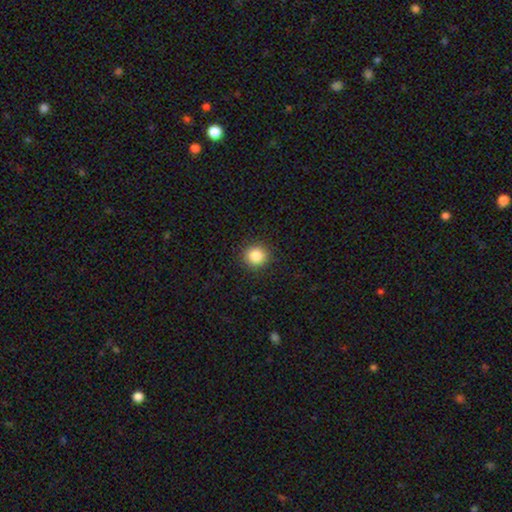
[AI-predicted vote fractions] This is clearly a smooth galaxy (85%). How rounded: clearly round (92%). Merging: clearly none (91%).